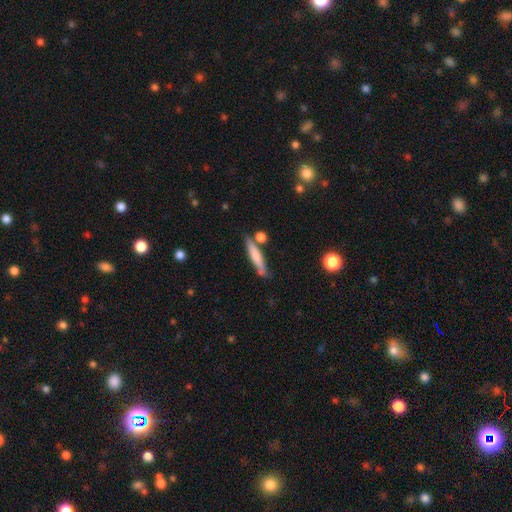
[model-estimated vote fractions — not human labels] Smooth or featured?
  - smooth: 66% *
  - featured or disk: 27%
  - star or artifact: 6%
How rounded?
  - cigar-shaped: 87% *
  - in between: 11%
  - round: 2%
Merging?
  - none: 70% *
  - minor disturbance: 16%
  - merger: 10%
  - major disturbance: 4%